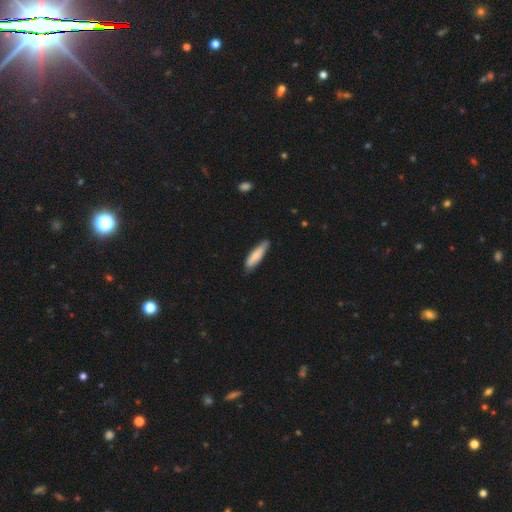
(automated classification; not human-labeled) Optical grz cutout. It shows a smooth galaxy with no disk features (76%) that is cigar-shaped (69%). Merging: none (75%).